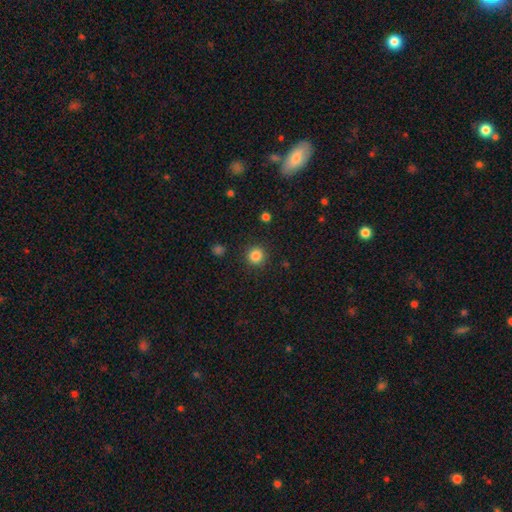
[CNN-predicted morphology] Smooth or featured? smooth (85%)
How rounded? round (94%)
Merging? none (91%)